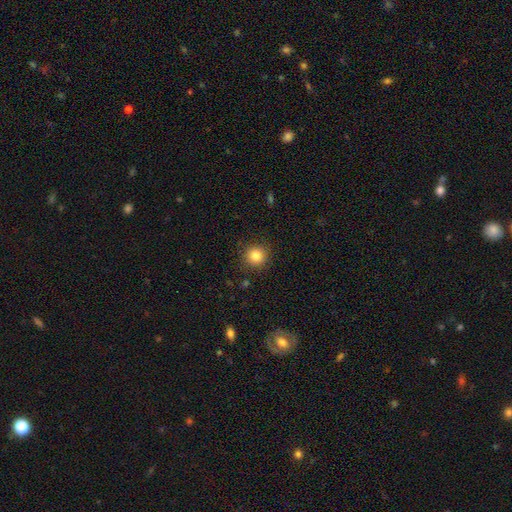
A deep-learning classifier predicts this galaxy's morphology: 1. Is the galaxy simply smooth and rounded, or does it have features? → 84% smooth, 11% star or artifact, 5% featured or disk.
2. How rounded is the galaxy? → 93% round, 6% in between, 1% cigar-shaped.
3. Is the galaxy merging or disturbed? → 90% none, 7% minor disturbance, 2% major disturbance, 1% merger.